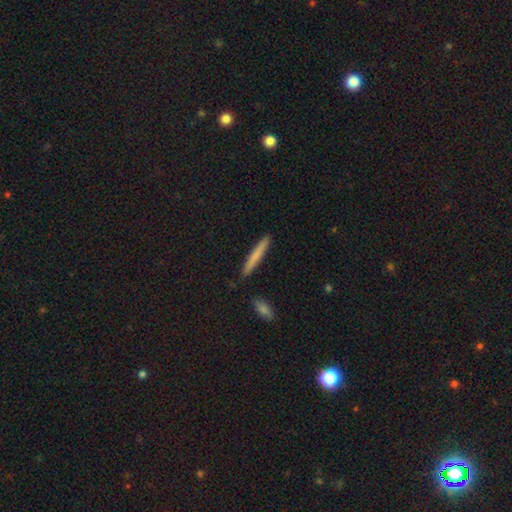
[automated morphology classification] Overall: smooth (71%). How rounded: cigar-shaped (96%). Merging: none (89%).